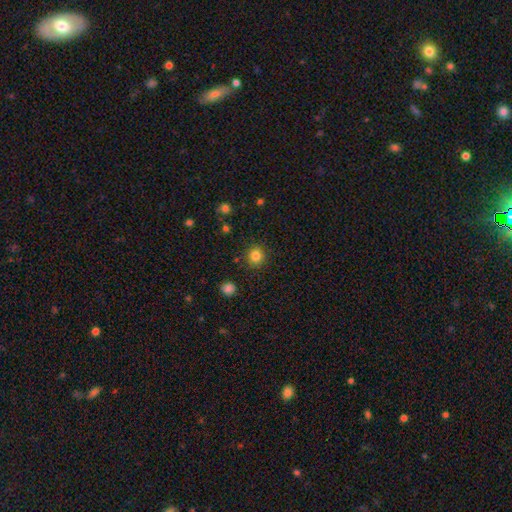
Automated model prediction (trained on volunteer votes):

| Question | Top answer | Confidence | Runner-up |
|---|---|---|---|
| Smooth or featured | smooth | 83% | star or artifact (12%) |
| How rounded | round | 90% | in between (9%) |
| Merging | none | 89% | minor disturbance (7%) |